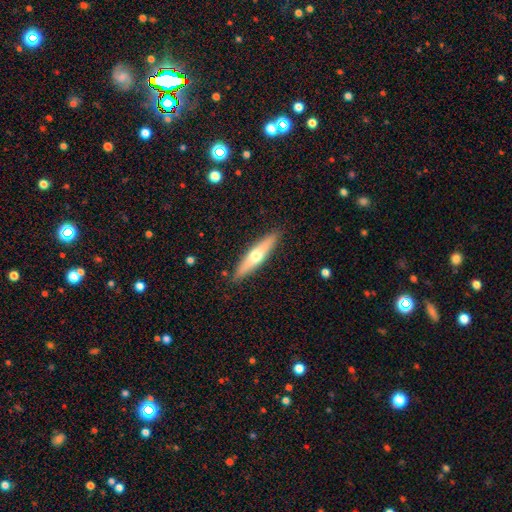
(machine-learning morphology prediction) Q: Smooth or featured?
A: featured or disk (50%); runner-up: smooth (45%)
Q: Merging?
A: none (89%); runner-up: minor disturbance (8%)